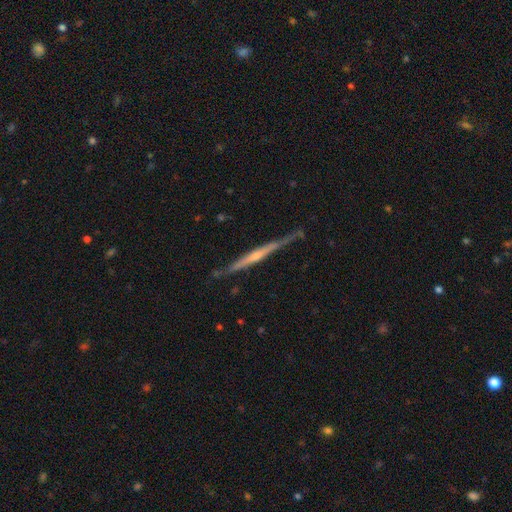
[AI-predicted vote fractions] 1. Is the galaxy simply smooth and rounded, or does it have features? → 79% featured or disk, 14% smooth, 6% star or artifact.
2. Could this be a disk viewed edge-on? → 98% yes, 2% no.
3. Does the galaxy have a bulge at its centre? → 62% rounded, 29% none, 10% boxy.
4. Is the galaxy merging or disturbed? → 87% none, 10% minor disturbance, 2% major disturbance, 1% merger.